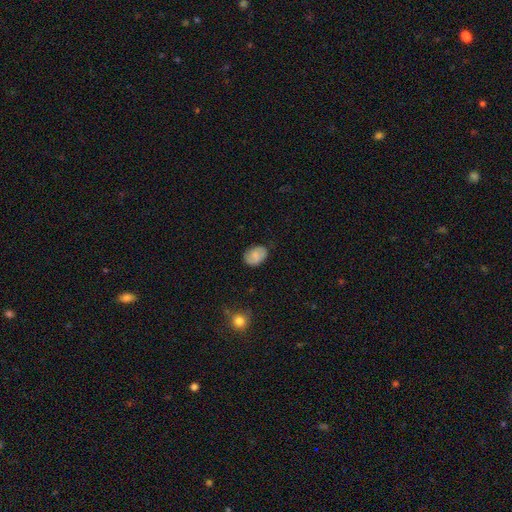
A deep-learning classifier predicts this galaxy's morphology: This is likely a smooth galaxy (79%). How rounded: likely in between (79%). Merging: likely none (73%).